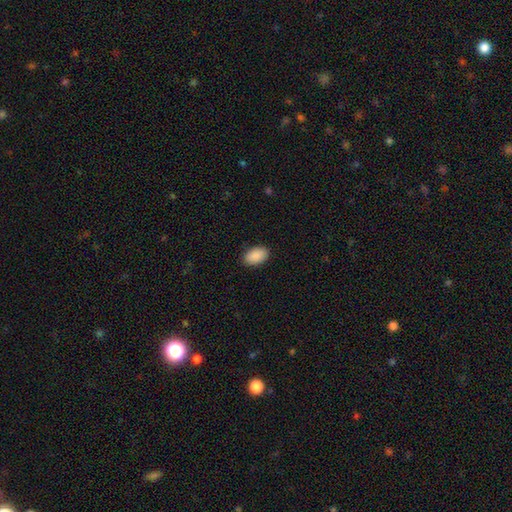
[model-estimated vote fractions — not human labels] A smooth galaxy with no disk features (91%) that is in between round and cigar-shaped (92%). Merging: none (90%).